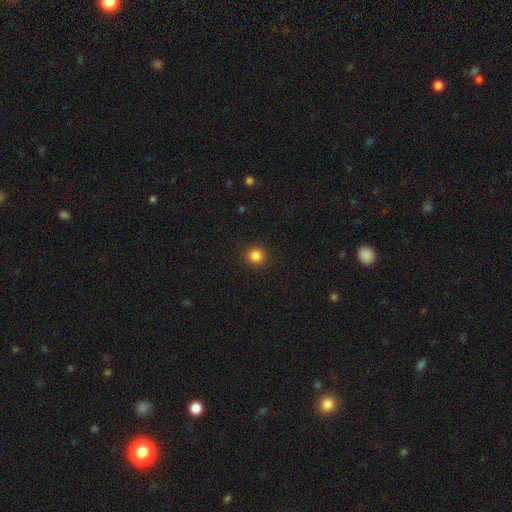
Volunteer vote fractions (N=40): Smooth or featured?
  - smooth: 85% *
  - star or artifact: 12%
  - featured or disk: 2%
How rounded?
  - round: 100% *
  - in between: 0%
  - cigar-shaped: 0%
Merging?
  - none: 89% *
  - minor disturbance: 9%
  - major disturbance: 3%
  - merger: 0%